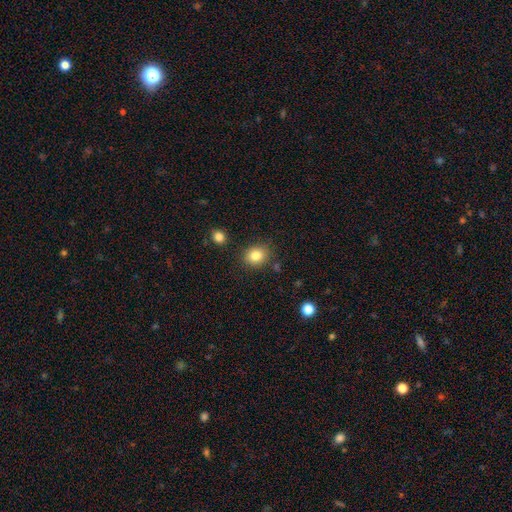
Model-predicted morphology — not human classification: smooth 82%, star or artifact 10%, featured or disk 7%. Down the decision tree: how rounded — round (63%); merging — none (84%).